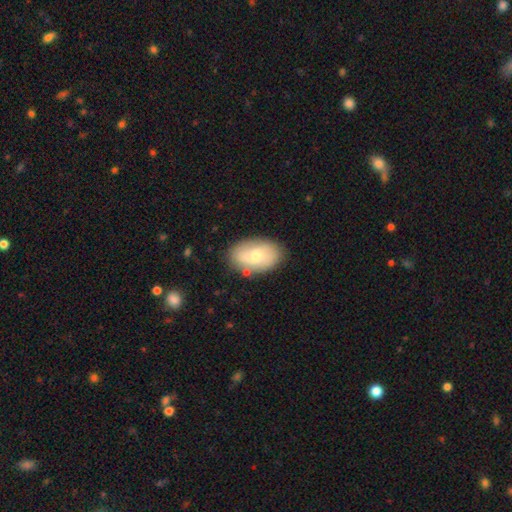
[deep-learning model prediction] Smooth or featured? Predicted: smooth (p=0.59). How rounded? Predicted: in between (p=0.90). Merging? Predicted: none (p=0.81).